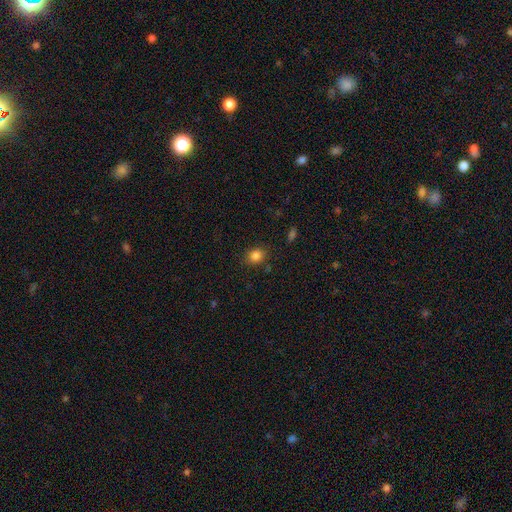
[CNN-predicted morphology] Smooth or featured?
  - smooth: 84% *
  - star or artifact: 12%
  - featured or disk: 5%
How rounded?
  - round: 57% *
  - in between: 42%
  - cigar-shaped: 1%
Merging?
  - none: 84% *
  - minor disturbance: 11%
  - major disturbance: 3%
  - merger: 2%